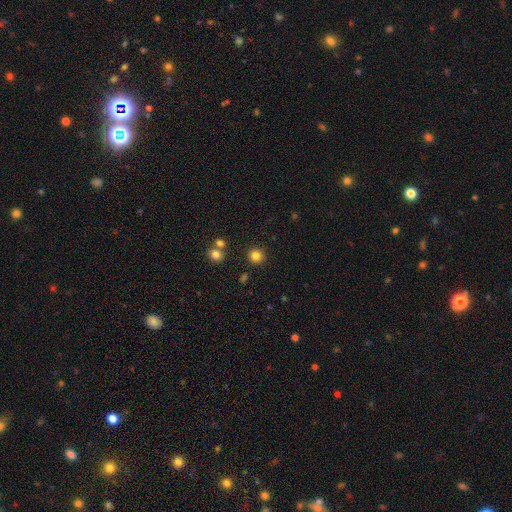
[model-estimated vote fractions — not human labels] smooth-or-featured: smooth: 82% | star or artifact: 13% | featured or disk: 5%
  how-rounded: round: 94% | in between: 5% | cigar-shaped: 1%
  merging: none: 88% | minor disturbance: 5% | merger: 4% | major disturbance: 2%